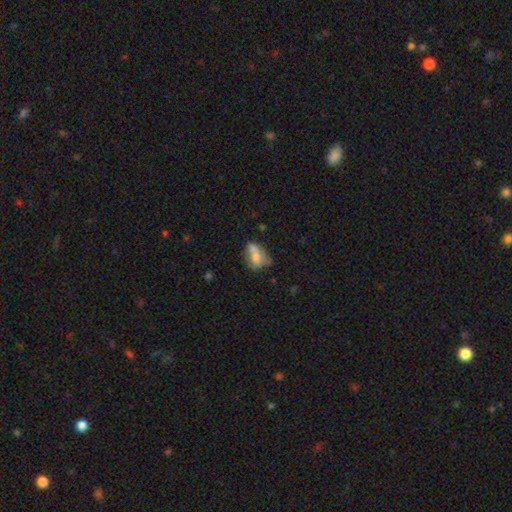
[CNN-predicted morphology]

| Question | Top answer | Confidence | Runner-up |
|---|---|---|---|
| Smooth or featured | smooth | 61% | featured or disk (30%) |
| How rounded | in between | 72% | round (25%) |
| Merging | merger | 38% | none (31%) |